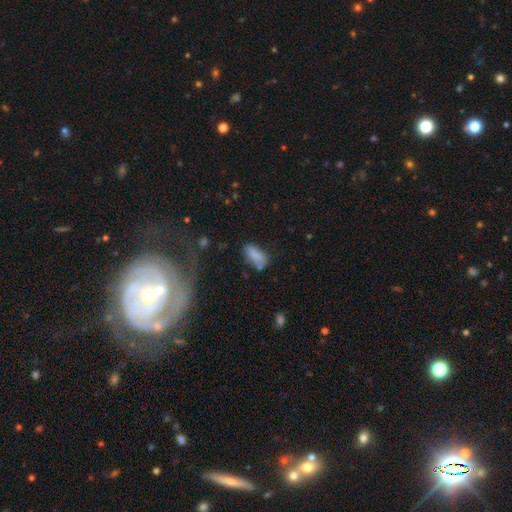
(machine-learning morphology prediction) The model was most divided on "merging": none: 62%, minor disturbance: 23%, major disturbance: 7%, merger: 7%. More confident: how rounded — in between (87%); smooth or featured — smooth (83%).